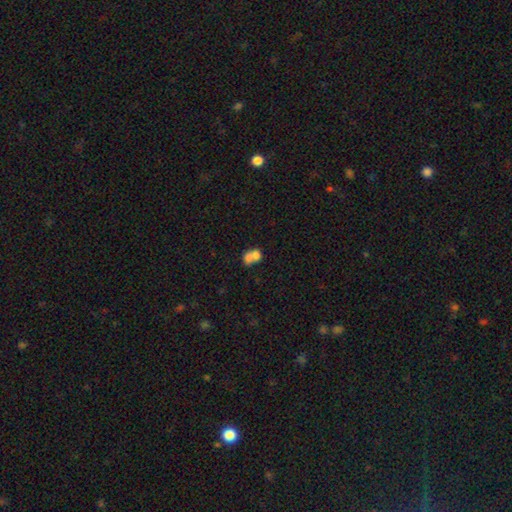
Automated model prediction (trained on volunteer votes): Morphology: type=smooth (70%); roundness=in between (53%); merging=merger (70%).